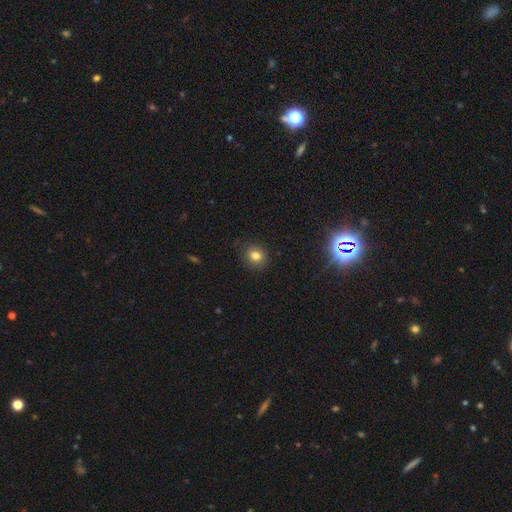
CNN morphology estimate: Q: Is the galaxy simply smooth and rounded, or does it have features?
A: smooth — 80%.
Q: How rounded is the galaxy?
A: round — 79%.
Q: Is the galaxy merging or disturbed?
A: none — 86%.